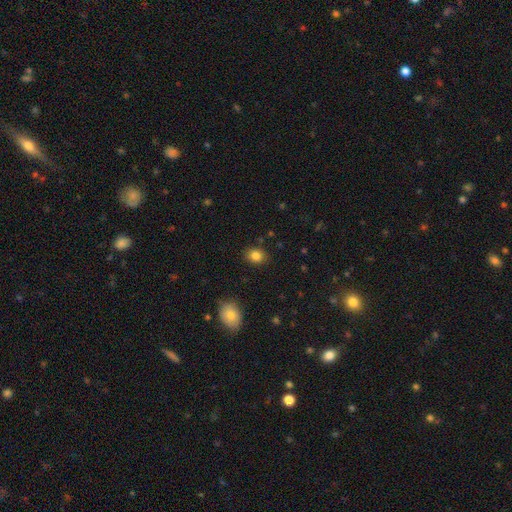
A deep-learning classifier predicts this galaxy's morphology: Overall: smooth (84%). How rounded: round (51%; in between 48%). Merging: none (86%).